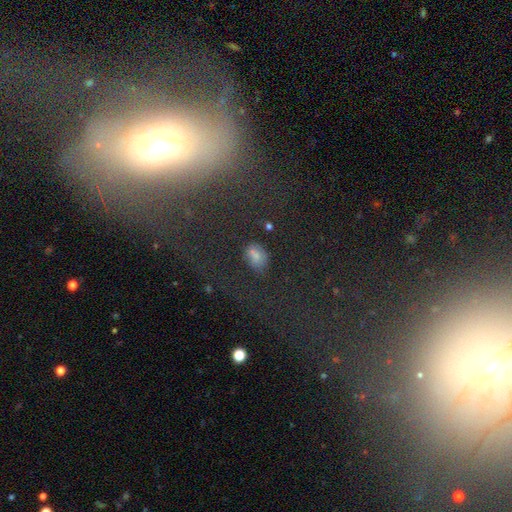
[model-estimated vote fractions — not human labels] This is possibly a smooth galaxy (59%). How rounded: likely in between (74%). Merging: likely none (61%).